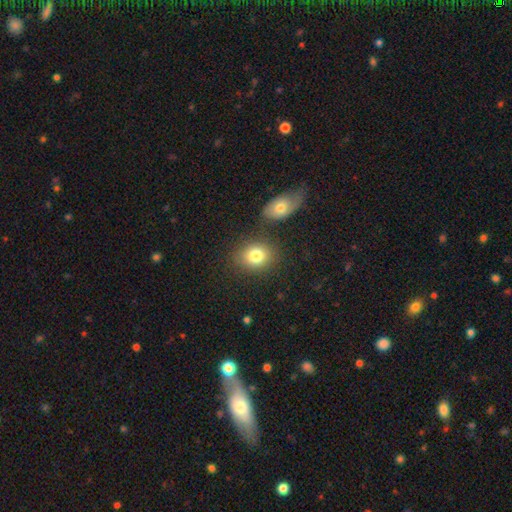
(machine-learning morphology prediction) Q: Smooth or featured?
A: smooth (81%); runner-up: featured or disk (10%)
Q: How rounded?
A: round (50%); runner-up: in between (48%)
Q: Merging?
A: none (72%); runner-up: merger (13%)